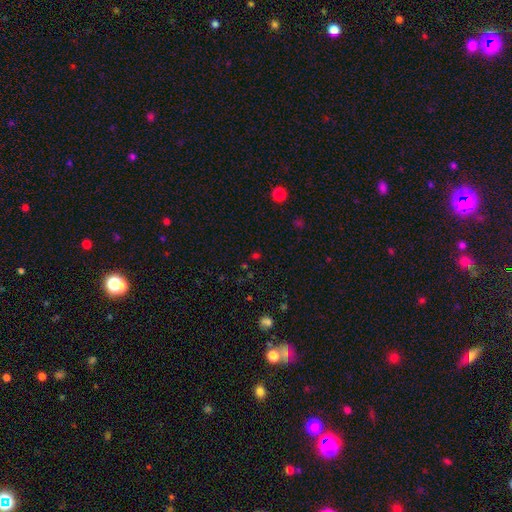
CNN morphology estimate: Smooth or featured?
  - star or artifact: 52% *
  - smooth: 41%
  - featured or disk: 7%